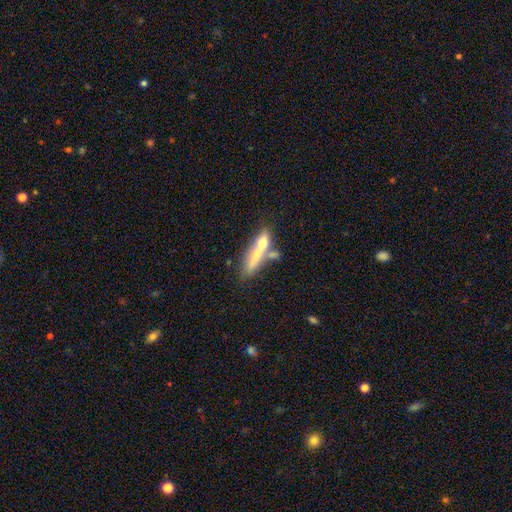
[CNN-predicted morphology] A smooth galaxy with no disk features (55%) that is cigar-shaped (61%). Merging: merger (45%).